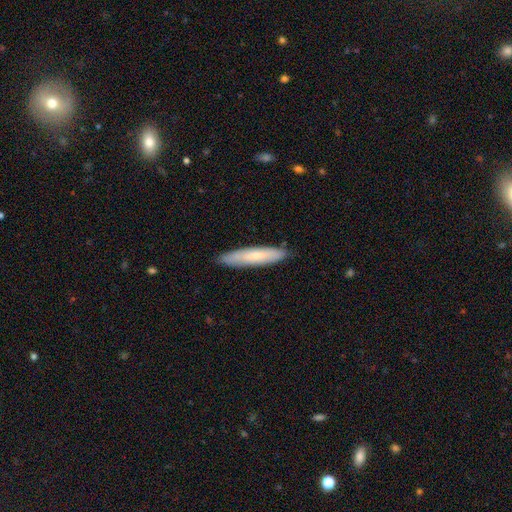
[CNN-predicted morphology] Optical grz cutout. It shows a smooth galaxy with no disk features (66%) that is cigar-shaped (84%). Merging: none (87%).